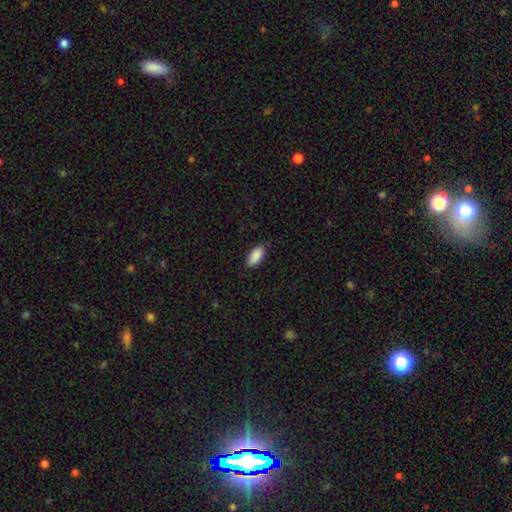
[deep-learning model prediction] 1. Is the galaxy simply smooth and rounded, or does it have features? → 90% smooth, 6% star or artifact, 4% featured or disk.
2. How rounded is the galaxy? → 90% in between, 8% cigar-shaped, 2% round.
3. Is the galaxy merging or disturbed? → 86% none, 11% minor disturbance, 2% major disturbance, 1% merger.